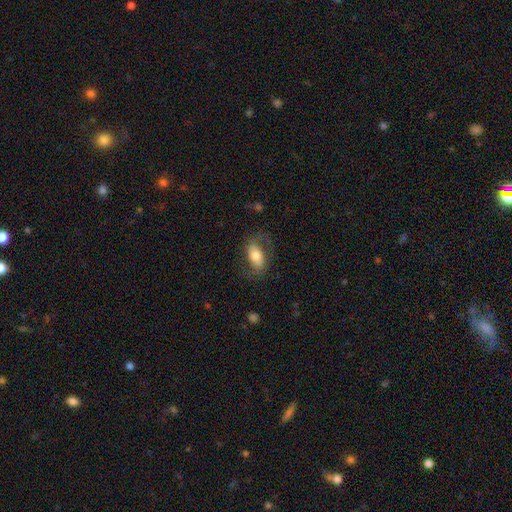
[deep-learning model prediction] Morphology: type=smooth (57%); roundness=in between (88%); merging=none (67%).